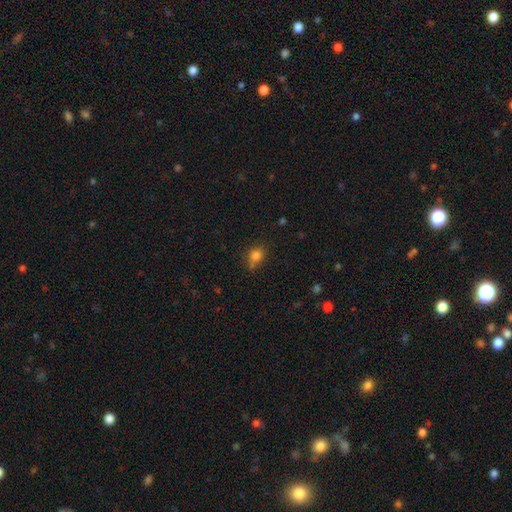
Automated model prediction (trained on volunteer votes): This is clearly a smooth galaxy (81%). How rounded: likely round (63%). Merging: likely none (62%).